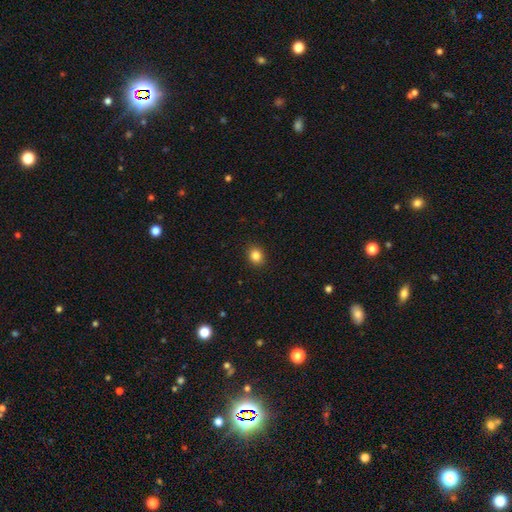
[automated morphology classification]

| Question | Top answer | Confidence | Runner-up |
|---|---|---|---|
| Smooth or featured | smooth | 85% | star or artifact (11%) |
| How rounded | round | 69% | in between (30%) |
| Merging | none | 91% | minor disturbance (6%) |